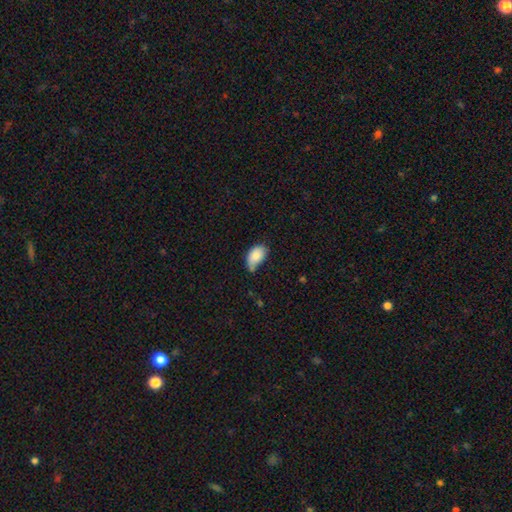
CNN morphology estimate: Q: Smooth or featured?
A: smooth (85%); runner-up: featured or disk (8%)
Q: How rounded?
A: in between (92%); runner-up: round (6%)
Q: Merging?
A: none (46%); runner-up: minor disturbance (40%)